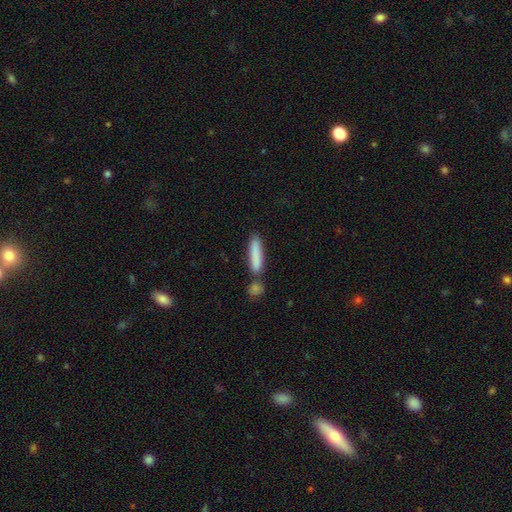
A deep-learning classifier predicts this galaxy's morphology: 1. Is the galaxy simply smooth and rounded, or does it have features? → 83% smooth, 10% featured or disk, 7% star or artifact.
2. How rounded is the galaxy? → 81% cigar-shaped, 17% in between, 2% round.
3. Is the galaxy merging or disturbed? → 65% none, 19% merger, 12% minor disturbance, 3% major disturbance.